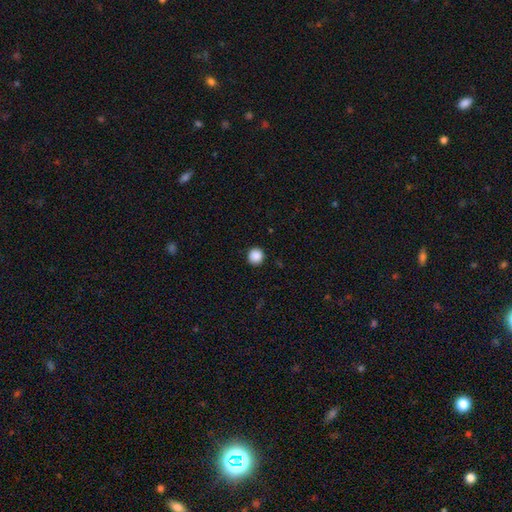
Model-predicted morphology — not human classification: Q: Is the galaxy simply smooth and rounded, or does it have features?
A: smooth — 88%.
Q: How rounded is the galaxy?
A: round — 95%.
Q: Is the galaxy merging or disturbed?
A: none — 92%.